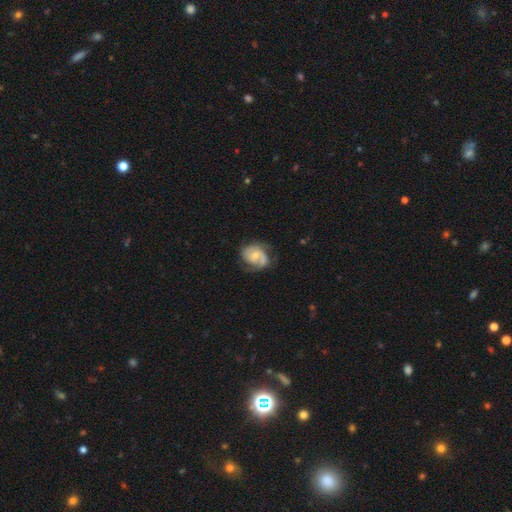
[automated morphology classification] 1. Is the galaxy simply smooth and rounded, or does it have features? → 74% featured or disk, 20% smooth, 6% star or artifact.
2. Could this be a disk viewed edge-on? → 98% no, 2% yes.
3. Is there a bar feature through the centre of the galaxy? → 57% no, 36% weak, 7% strong.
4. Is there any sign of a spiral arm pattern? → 92% yes, 8% no.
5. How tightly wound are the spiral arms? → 45% medium, 36% tight, 19% loose.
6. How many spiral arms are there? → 68% 2, 12% can't tell, 9% 1, 7% 3, 2% 4, 2% more than 4.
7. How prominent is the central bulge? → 48% small, 43% moderate, 5% none, 3% large, 1% dominant.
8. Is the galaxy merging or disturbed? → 62% none, 24% minor disturbance, 13% major disturbance, 2% merger.